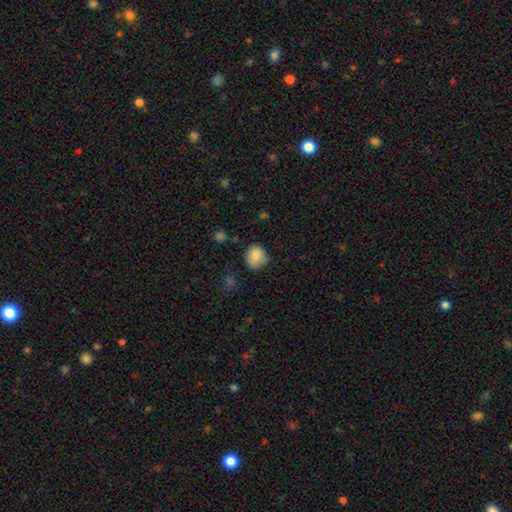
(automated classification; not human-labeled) smooth 83%, featured or disk 9%, star or artifact 8%. Down the decision tree: how rounded — round (80%); merging — none (71%).